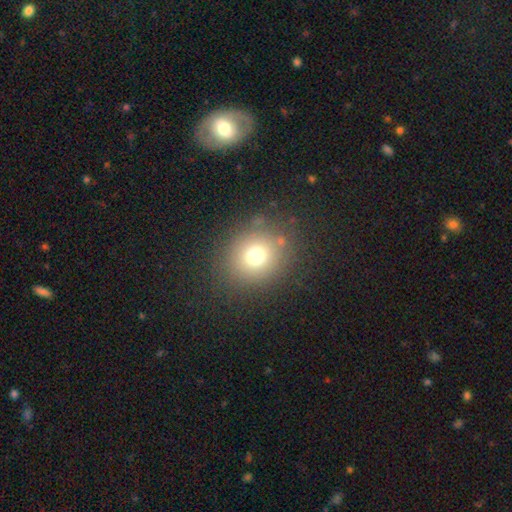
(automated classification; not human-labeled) smooth-or-featured: smooth: 72% | star or artifact: 17% | featured or disk: 11%
  how-rounded: round: 77% | in between: 22% | cigar-shaped: 1%
  merging: none: 81% | minor disturbance: 10% | major disturbance: 6% | merger: 2%